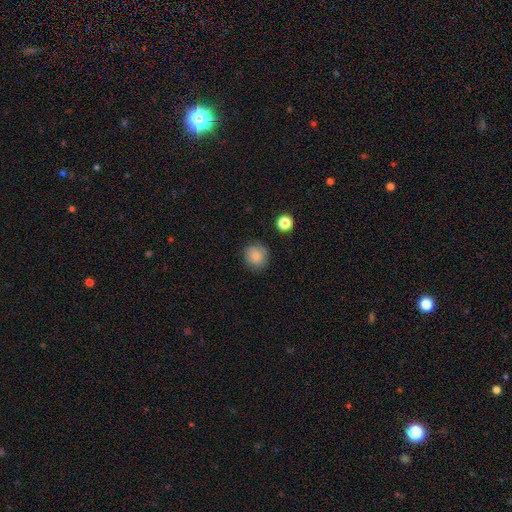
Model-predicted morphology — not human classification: Smooth or featured? Predicted: smooth (p=0.83). How rounded? Predicted: round (p=0.89). Merging? Predicted: none (p=0.83).